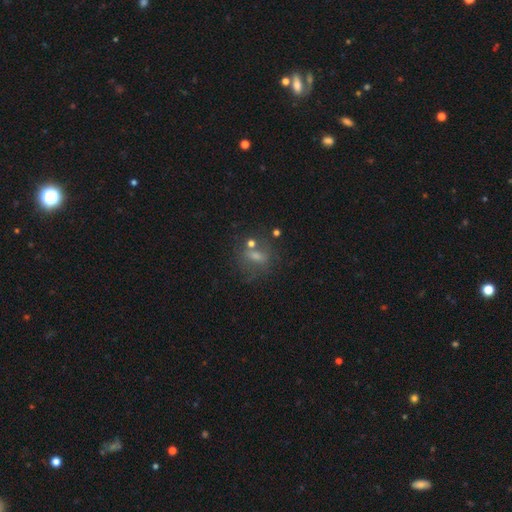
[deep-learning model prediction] The model was most divided on "smooth or featured": smooth: 41%, star or artifact: 29%, featured or disk: 29%. More confident: merging — none (62%).